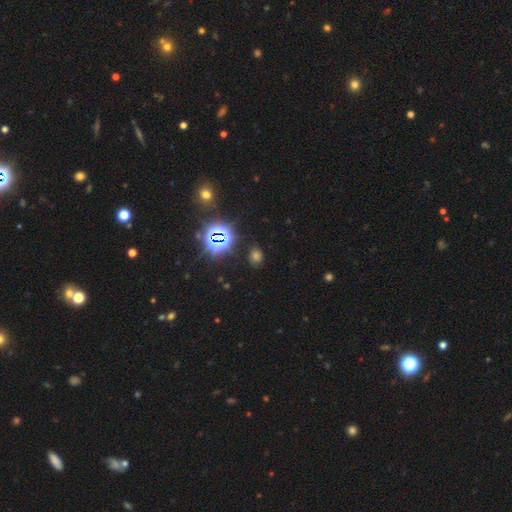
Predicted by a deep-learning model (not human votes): Smooth or featured? star or artifact (52%)